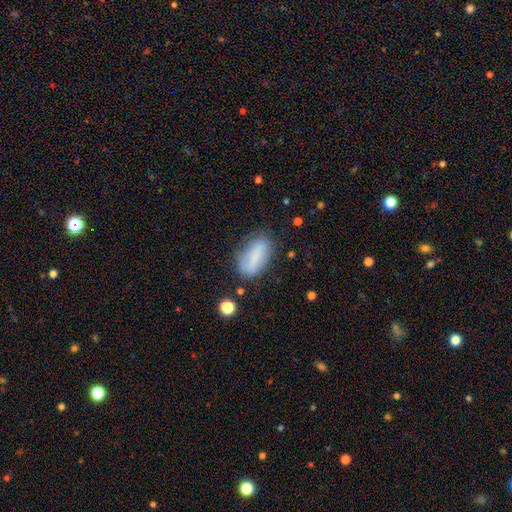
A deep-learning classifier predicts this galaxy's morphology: smooth-or-featured: smooth: 71% | featured or disk: 20% | star or artifact: 8%
  how-rounded: in between: 87% | cigar-shaped: 9% | round: 4%
  merging: none: 67% | minor disturbance: 22% | major disturbance: 8% | merger: 3%